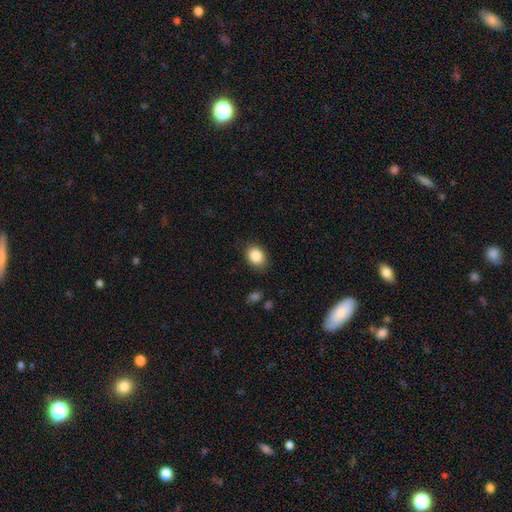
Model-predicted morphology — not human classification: The model was most divided on "how rounded": in between: 61%, round: 38%, cigar-shaped: 1%. More confident: smooth or featured — smooth (86%); merging — none (85%).